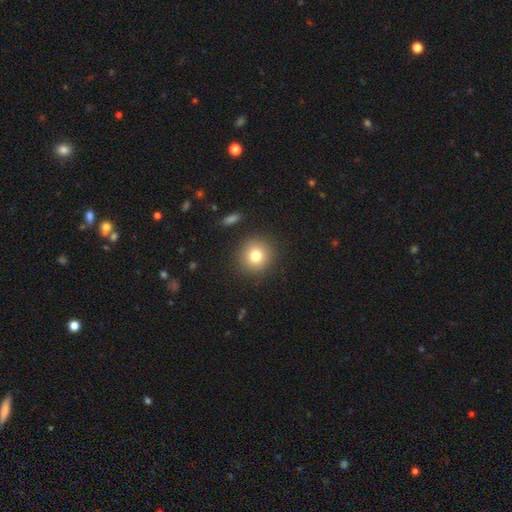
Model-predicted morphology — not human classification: smooth 78%, star or artifact 11%, featured or disk 11%. Down the decision tree: how rounded — round (92%); merging — none (89%).